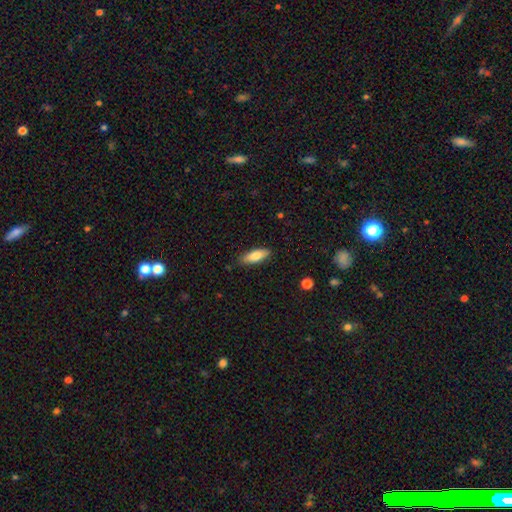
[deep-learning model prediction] The model was most divided on "how rounded": in between: 65%, cigar-shaped: 33%, round: 2%. More confident: merging — none (86%); smooth or featured — smooth (80%).